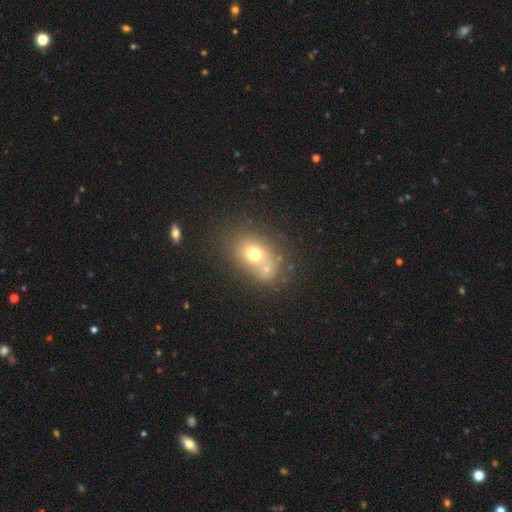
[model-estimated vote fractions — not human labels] This is likely a smooth galaxy (64%). How rounded: possibly in between (57%). Merging: marginally none (43%).